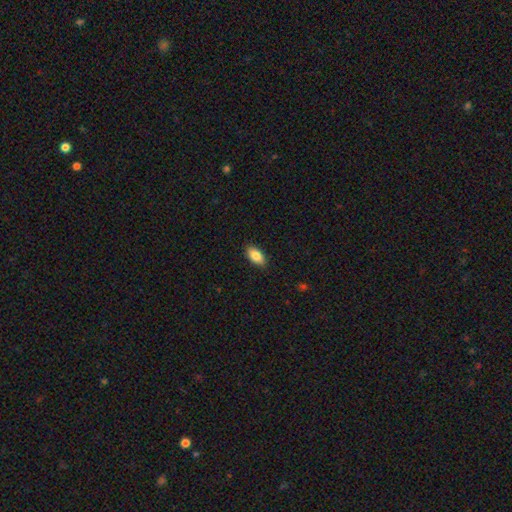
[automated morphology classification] type=smooth (85%); roundness=in between (93%); merging=none (88%).